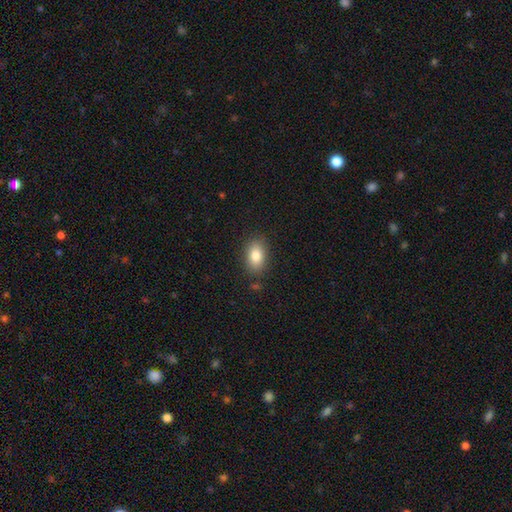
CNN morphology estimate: Overall: smooth (83%). How rounded: in between (87%). Merging: none (86%).